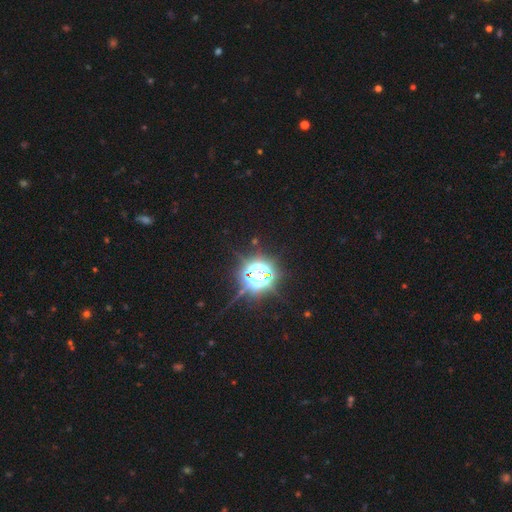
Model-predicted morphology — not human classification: Smooth or featured?
  - star or artifact: 86% *
  - smooth: 8%
  - featured or disk: 5%